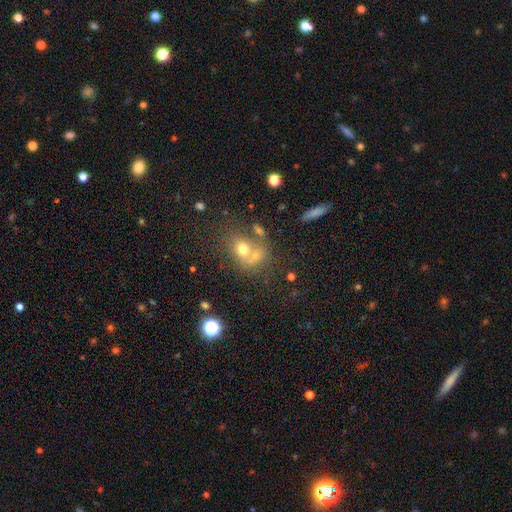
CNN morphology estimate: The model was most divided on "merging": merger: 47%, none: 36%, minor disturbance: 10%, major disturbance: 7%. More confident: smooth or featured — smooth (62%); how rounded — round (55%).